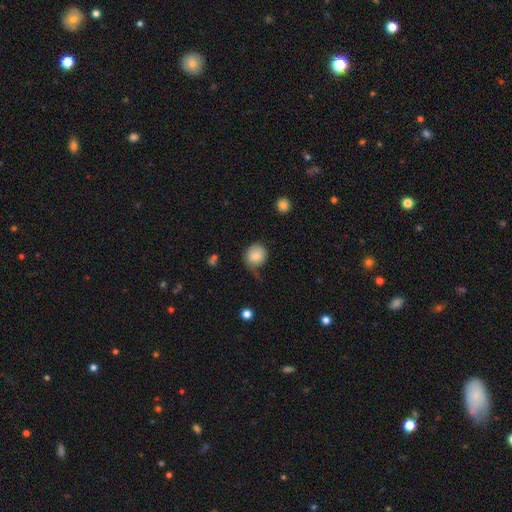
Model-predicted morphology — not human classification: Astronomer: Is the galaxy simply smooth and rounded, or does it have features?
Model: smooth — 81%.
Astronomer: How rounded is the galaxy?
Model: round — 85%.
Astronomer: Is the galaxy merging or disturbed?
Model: none — 58%.